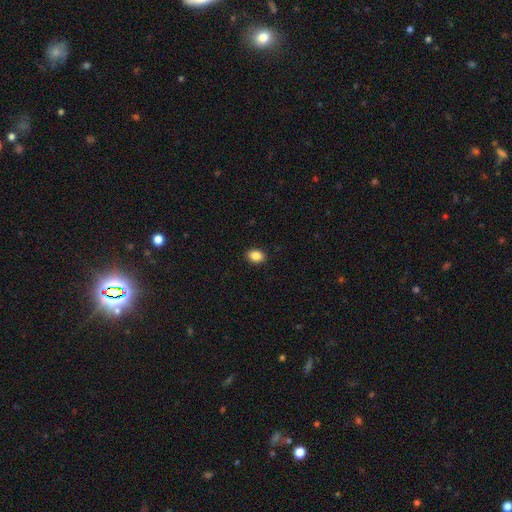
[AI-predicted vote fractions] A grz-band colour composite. It shows a smooth galaxy with no disk features (88%) that is in between round and cigar-shaped (73%). Merging: none (91%).